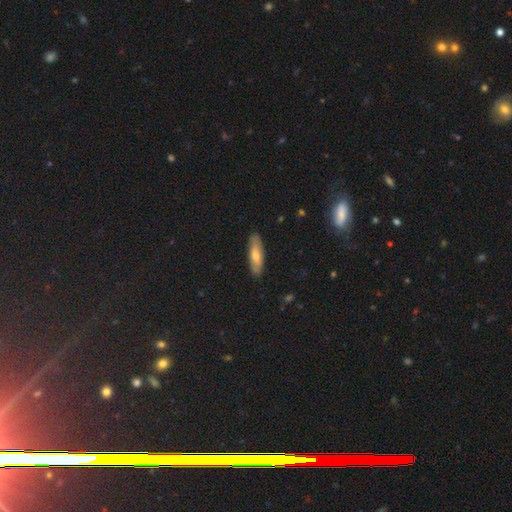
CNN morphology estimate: This is possibly a smooth galaxy (58%). How rounded: possibly cigar-shaped (54%). Merging: clearly none (87%).